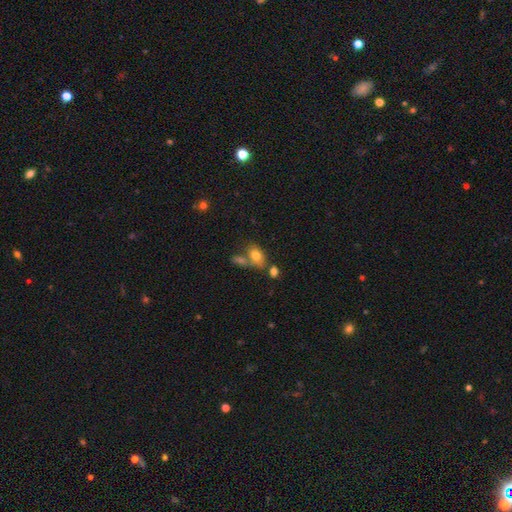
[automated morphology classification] Q: Smooth or featured?
A: smooth (76%); runner-up: featured or disk (13%)
Q: How rounded?
A: in between (81%); runner-up: round (16%)
Q: Merging?
A: none (43%); runner-up: merger (36%)